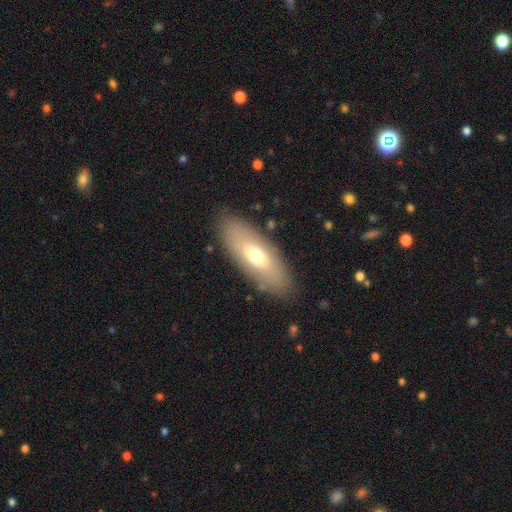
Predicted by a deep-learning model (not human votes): Overall: smooth (61%; featured or disk 32%). How rounded: in between (76%). Merging: none (85%).